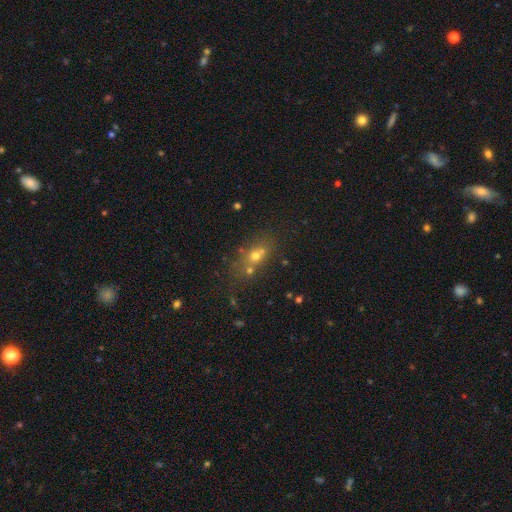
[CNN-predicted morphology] A smooth galaxy with no disk features (55%) that is round (48%). Merging: none (44%).